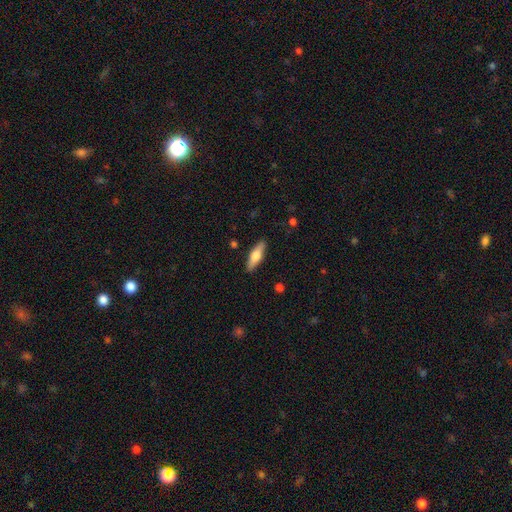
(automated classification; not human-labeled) A smooth galaxy with no disk features (58%) that is cigar-shaped (54%).

Vote fractions:
- Smooth or featured? smooth: 58% / featured or disk: 37% / star or artifact: 6%
- How rounded? cigar-shaped: 54% / in between: 44% / round: 2%
- Merging? none: 89% / minor disturbance: 8% / major disturbance: 2% / merger: 1%